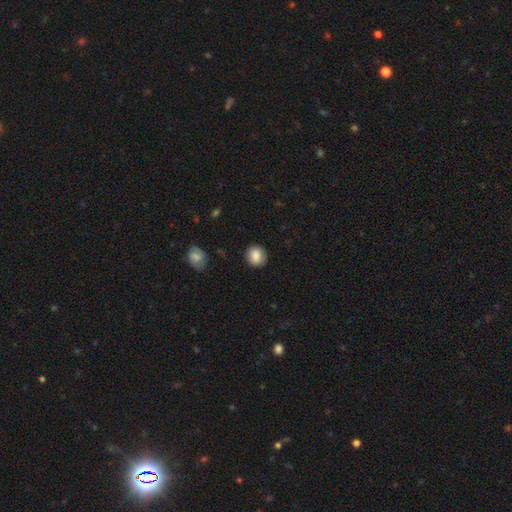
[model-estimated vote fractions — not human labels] Overall: smooth (86%). How rounded: round (82%). Merging: none (89%).